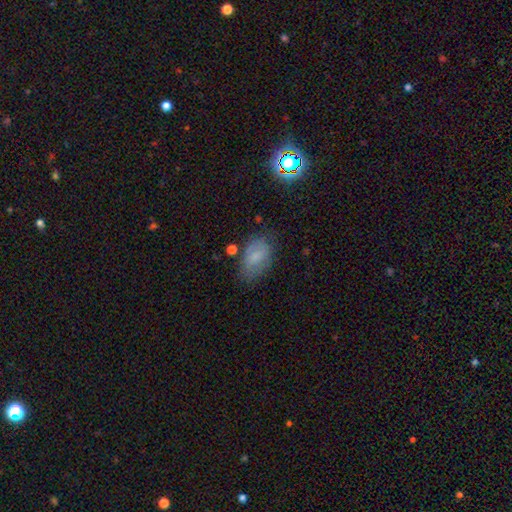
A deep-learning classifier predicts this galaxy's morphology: This appears to be a smooth galaxy with no disk features (68%) that is in between round and cigar-shaped (88%). Merging: none (64%).